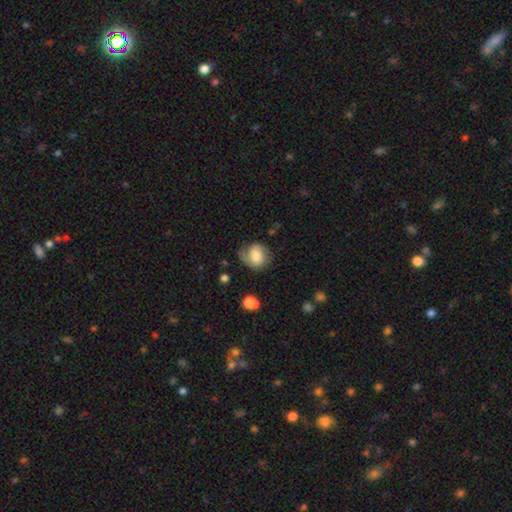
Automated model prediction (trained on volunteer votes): This appears to be a smooth galaxy with no disk features (50%). Merging: none (58%).